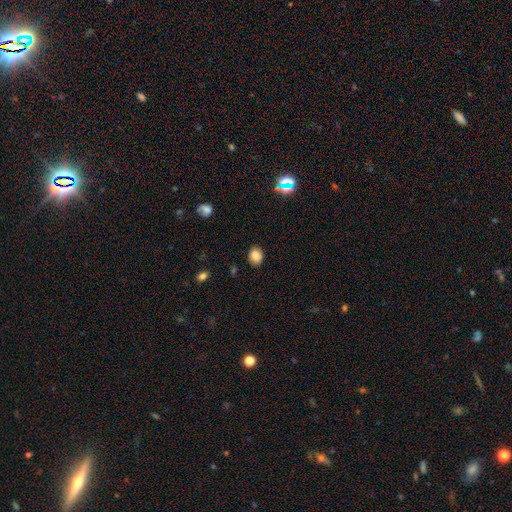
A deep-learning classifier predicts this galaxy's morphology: Smooth or featured? Predicted: smooth (p=0.85). How rounded? Predicted: in between (p=0.53). Merging? Predicted: none (p=0.85).